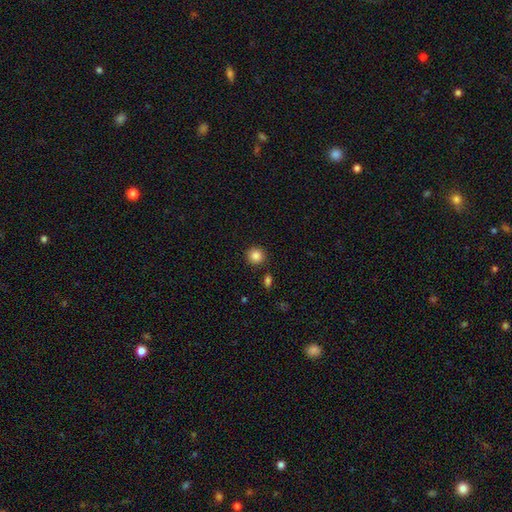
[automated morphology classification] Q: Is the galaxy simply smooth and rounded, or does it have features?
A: smooth — 86%.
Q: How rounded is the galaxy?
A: round — 93%.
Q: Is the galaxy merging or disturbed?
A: none — 89%.